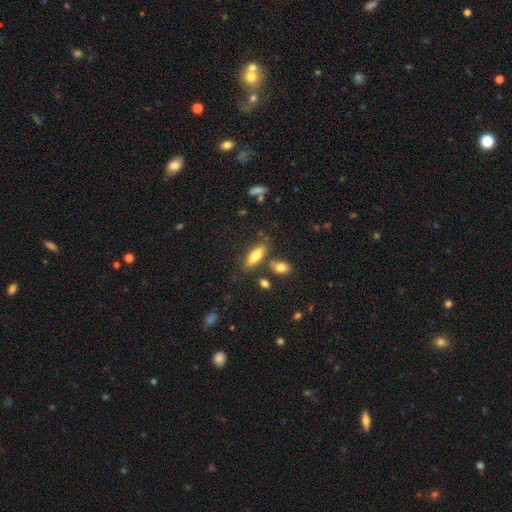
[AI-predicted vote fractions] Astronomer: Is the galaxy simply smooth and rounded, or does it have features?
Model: smooth — 76%.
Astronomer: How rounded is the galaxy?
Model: in between — 67%.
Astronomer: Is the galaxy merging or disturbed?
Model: none — 71%.